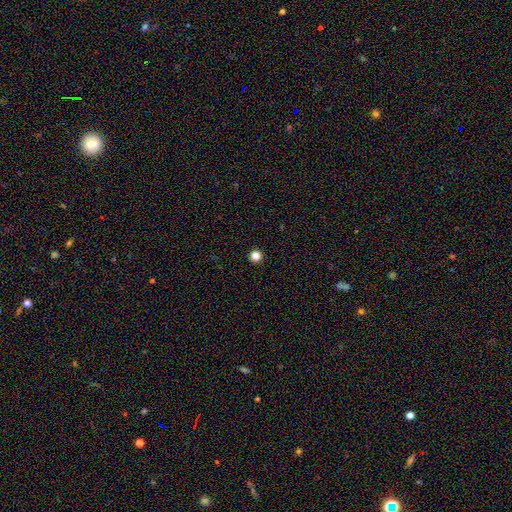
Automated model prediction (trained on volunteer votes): A smooth galaxy with no disk features (85%) that is round (96%).

Vote fractions:
- Smooth or featured? smooth: 85% / star or artifact: 12% / featured or disk: 3%
- How rounded? round: 96% / in between: 3% / cigar-shaped: 1%
- Merging? none: 94% / minor disturbance: 3% / major disturbance: 1% / merger: 1%